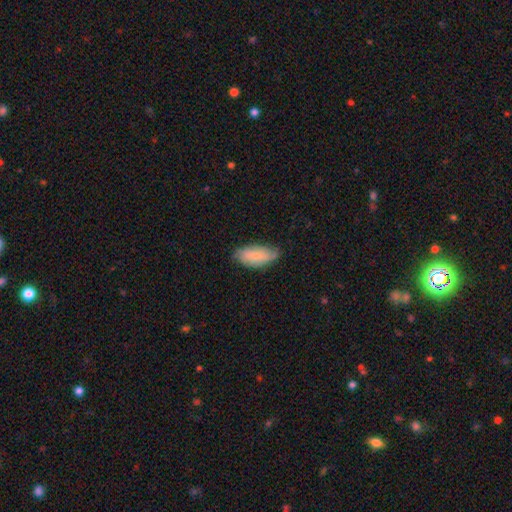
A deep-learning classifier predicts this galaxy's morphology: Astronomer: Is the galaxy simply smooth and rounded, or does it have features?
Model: smooth — 73%.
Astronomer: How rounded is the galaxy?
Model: in between — 90%.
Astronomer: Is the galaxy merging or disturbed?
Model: none — 67%.